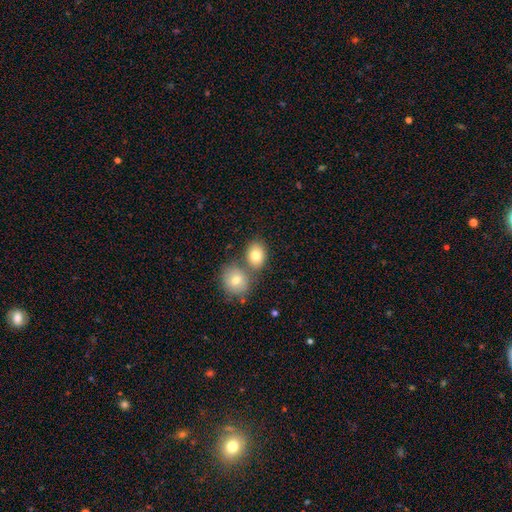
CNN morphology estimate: type=smooth (79%); roundness=in between (61%); merging=none (52%).